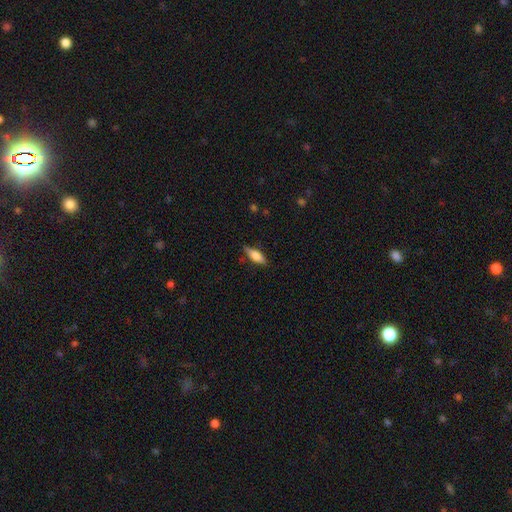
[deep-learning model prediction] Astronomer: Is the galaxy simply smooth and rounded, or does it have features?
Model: smooth — 70%.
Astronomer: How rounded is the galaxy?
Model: in between — 63%.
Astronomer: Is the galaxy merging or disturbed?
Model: none — 79%.